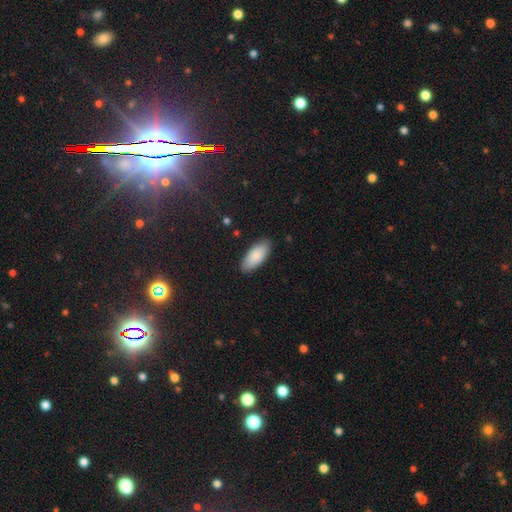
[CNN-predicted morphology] This is clearly a smooth galaxy (87%). How rounded: clearly in between (88%). Merging: clearly none (86%).